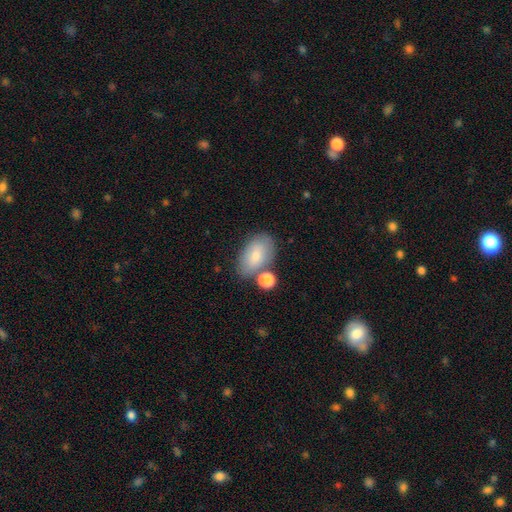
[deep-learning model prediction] The model was most divided on "merging": none: 61%, merger: 18%, minor disturbance: 16%, major disturbance: 5%. More confident: how rounded — in between (90%); smooth or featured — smooth (75%).